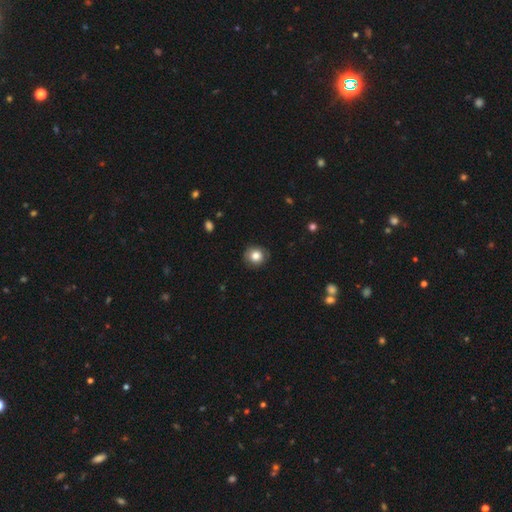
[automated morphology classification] A smooth galaxy with no disk features (80%) that is round (87%).

Vote fractions:
- Smooth or featured? smooth: 80% / featured or disk: 10% / star or artifact: 9%
- How rounded? round: 87% / in between: 13% / cigar-shaped: 1%
- Merging? none: 84% / minor disturbance: 12% / major disturbance: 3% / merger: 1%